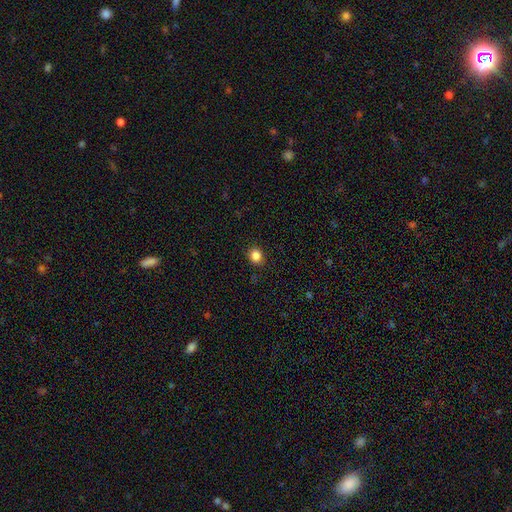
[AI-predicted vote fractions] Q: Smooth or featured?
A: smooth (85%); runner-up: star or artifact (11%)
Q: How rounded?
A: round (75%); runner-up: in between (24%)
Q: Merging?
A: none (89%); runner-up: minor disturbance (8%)